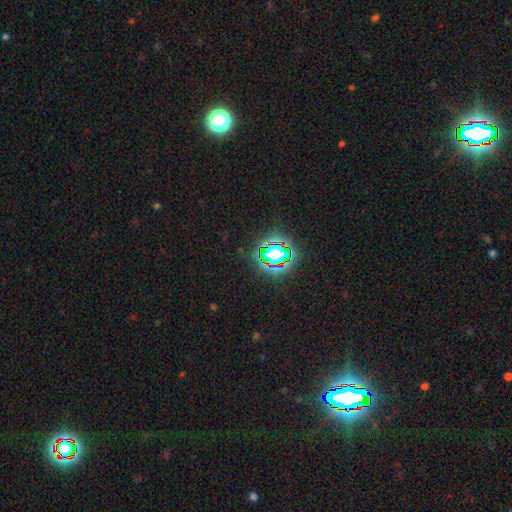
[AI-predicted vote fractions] Smooth or featured?
  - star or artifact: 80% *
  - smooth: 13%
  - featured or disk: 7%